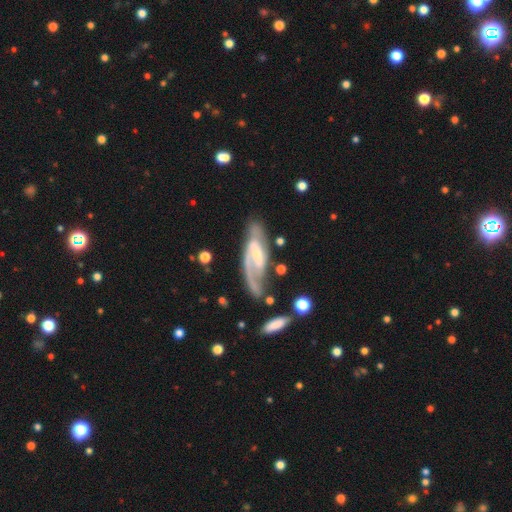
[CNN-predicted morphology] Overall: featured or disk (86%). Edge-on disk: no (91%). Bar: weak (43%; no 29%). Spiral arms: yes (95%). Spiral arm count: 2 (63%; 1 24%). Spiral winding: medium (47%; tight 36%). Bulge size: small (62%; moderate 28%). Merging: none (59%; minor disturbance 20%).